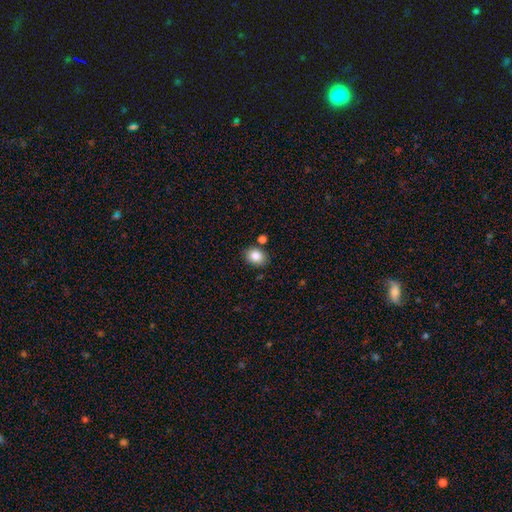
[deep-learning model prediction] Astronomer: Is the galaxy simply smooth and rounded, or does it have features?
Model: smooth — 86%.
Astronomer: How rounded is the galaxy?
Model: in between — 58% (runner-up: round, 41%).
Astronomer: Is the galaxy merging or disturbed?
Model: none — 81%.